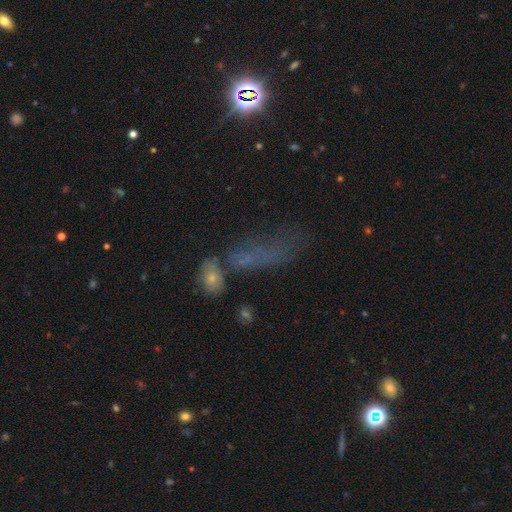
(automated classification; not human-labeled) Q: Smooth or featured?
A: smooth (45%); runner-up: star or artifact (30%)
Q: Merging?
A: none (31%); runner-up: major disturbance (28%)